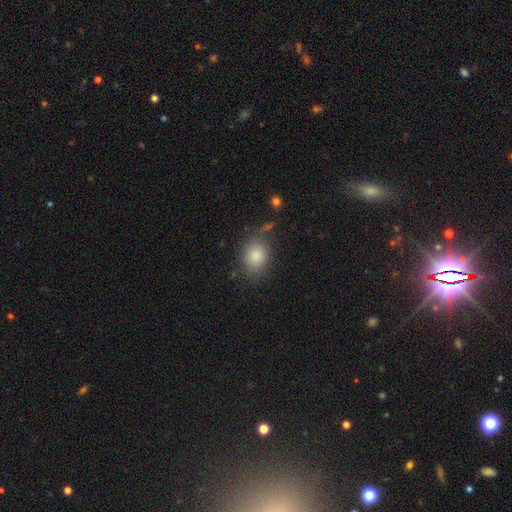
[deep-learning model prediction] Q: Smooth or featured?
A: smooth (86%); runner-up: star or artifact (8%)
Q: How rounded?
A: in between (55%); runner-up: round (44%)
Q: Merging?
A: none (73%); runner-up: minor disturbance (16%)